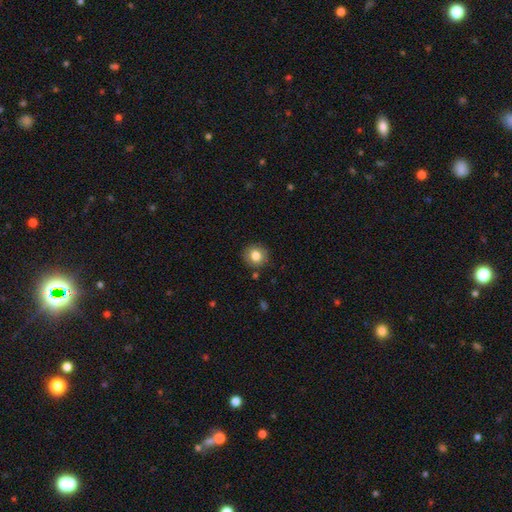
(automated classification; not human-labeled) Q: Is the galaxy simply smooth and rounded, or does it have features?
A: smooth — 82%.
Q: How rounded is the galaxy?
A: round — 88%.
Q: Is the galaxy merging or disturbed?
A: none — 88%.